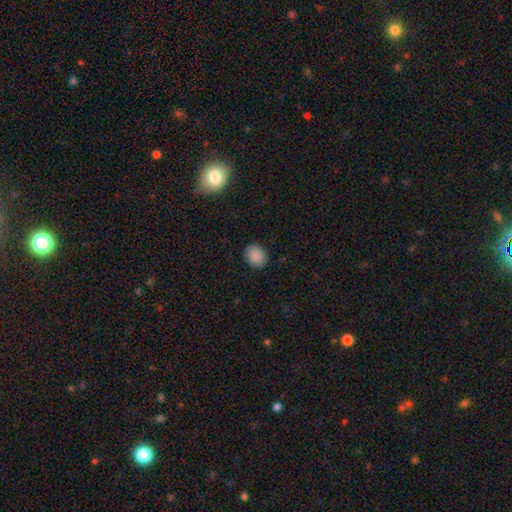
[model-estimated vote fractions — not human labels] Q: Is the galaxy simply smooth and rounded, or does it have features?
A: smooth — 88%.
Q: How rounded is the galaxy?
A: round — 59%.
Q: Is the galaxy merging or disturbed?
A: none — 87%.